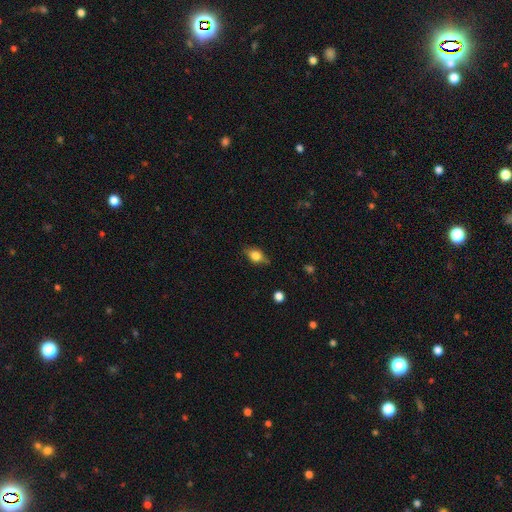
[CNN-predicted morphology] smooth 61%, featured or disk 29%, star or artifact 9%. Down the decision tree: how rounded — in between (71%); merging — none (74%).